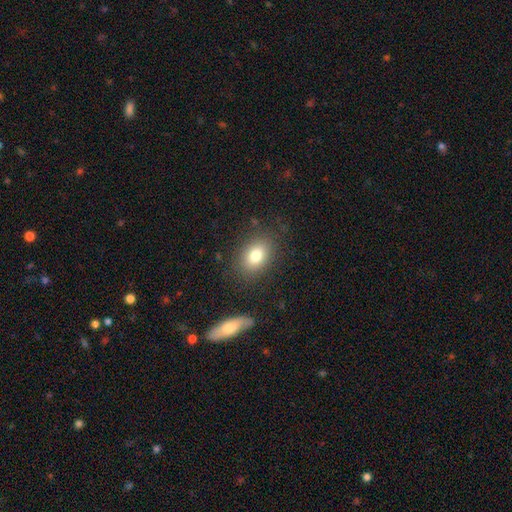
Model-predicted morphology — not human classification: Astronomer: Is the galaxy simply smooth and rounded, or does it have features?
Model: smooth — 80%.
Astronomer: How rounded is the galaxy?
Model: in between — 72%.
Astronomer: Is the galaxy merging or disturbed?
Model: none — 82%.